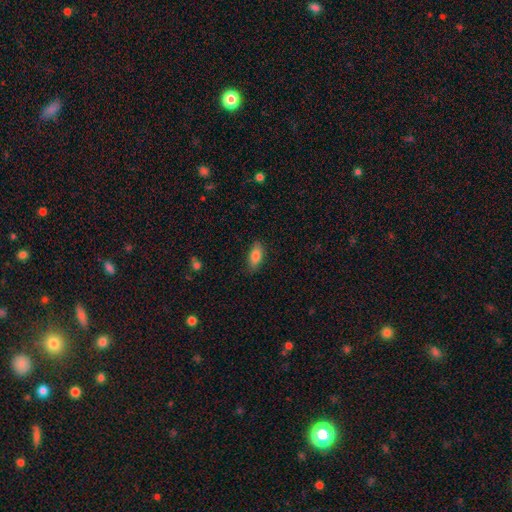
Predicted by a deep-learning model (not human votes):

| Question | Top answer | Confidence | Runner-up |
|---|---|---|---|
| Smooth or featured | smooth | 83% | featured or disk (9%) |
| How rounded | in between | 85% | cigar-shaped (12%) |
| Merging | none | 82% | minor disturbance (14%) |